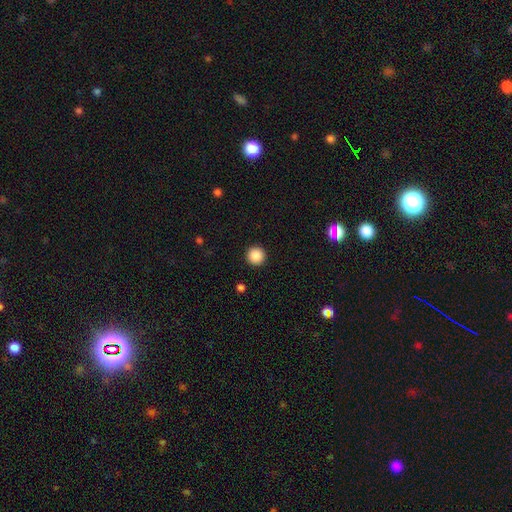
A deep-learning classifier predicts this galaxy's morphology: This appears to be a smooth galaxy with no disk features (88%) that is round (97%). Merging: none (94%).